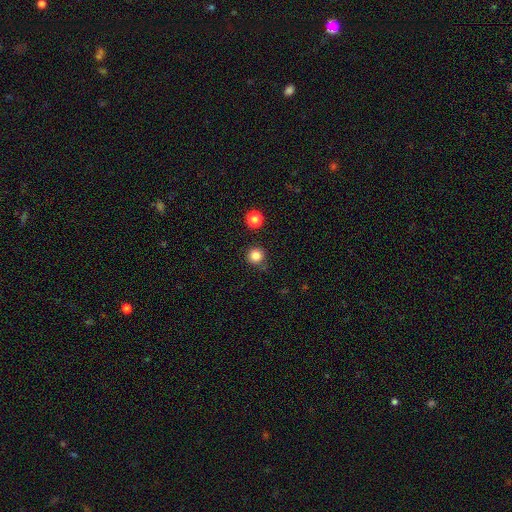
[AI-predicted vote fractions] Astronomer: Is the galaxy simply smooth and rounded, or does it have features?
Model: smooth — 84%.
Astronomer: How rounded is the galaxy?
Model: round — 95%.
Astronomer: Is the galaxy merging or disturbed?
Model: none — 87%.